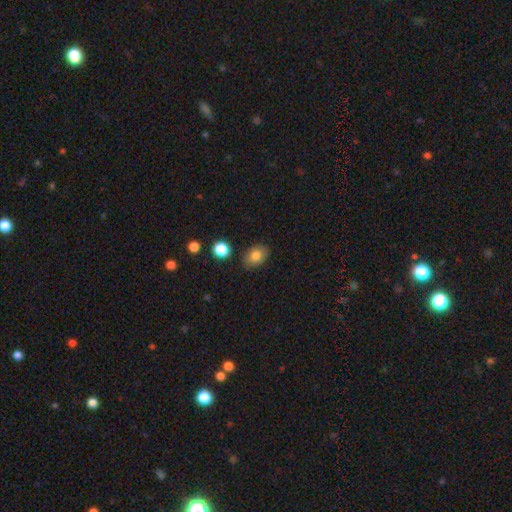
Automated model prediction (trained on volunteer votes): Q: Smooth or featured?
A: smooth (81%); runner-up: featured or disk (10%)
Q: How rounded?
A: in between (75%); runner-up: round (24%)
Q: Merging?
A: none (85%); runner-up: minor disturbance (10%)